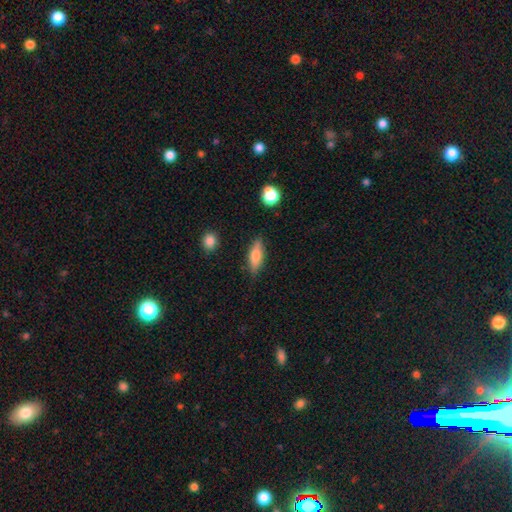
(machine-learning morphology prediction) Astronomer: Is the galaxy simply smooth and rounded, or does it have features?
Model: smooth — 68%.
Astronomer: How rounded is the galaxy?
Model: in between — 57% (runner-up: cigar-shaped, 40%).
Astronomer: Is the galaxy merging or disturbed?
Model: none — 82%.